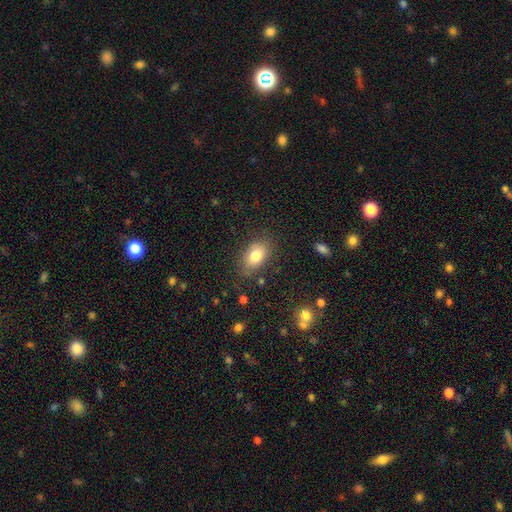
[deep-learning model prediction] This is clearly a smooth galaxy (80%). How rounded: clearly in between (86%). Merging: likely none (79%).